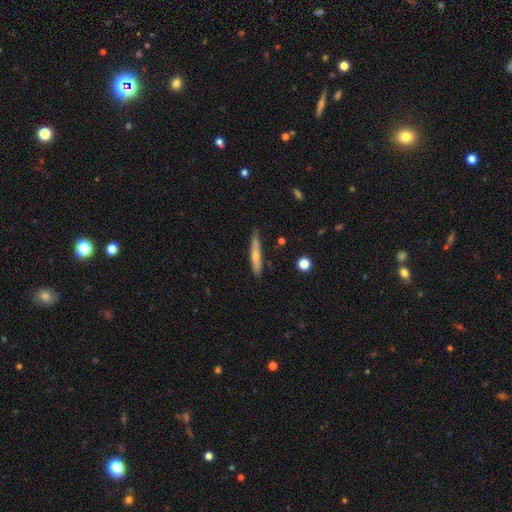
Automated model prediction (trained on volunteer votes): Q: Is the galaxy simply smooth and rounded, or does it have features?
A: smooth — 62%.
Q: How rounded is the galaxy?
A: cigar-shaped — 91%.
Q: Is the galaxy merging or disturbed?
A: none — 74%.